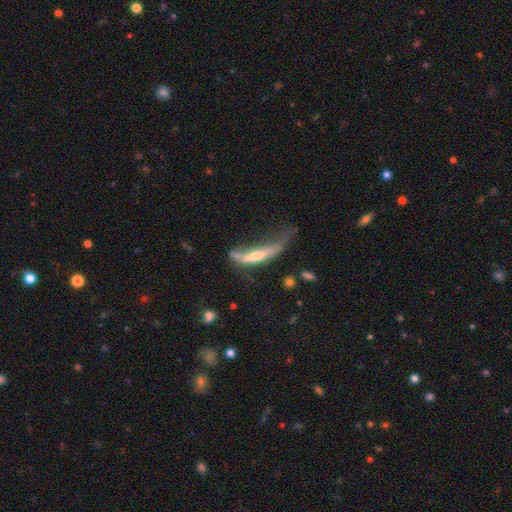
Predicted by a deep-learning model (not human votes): The model was most divided on "smooth or featured": featured or disk: 50%, smooth: 43%, star or artifact: 8%. Remaining: merging — major disturbance (42%).